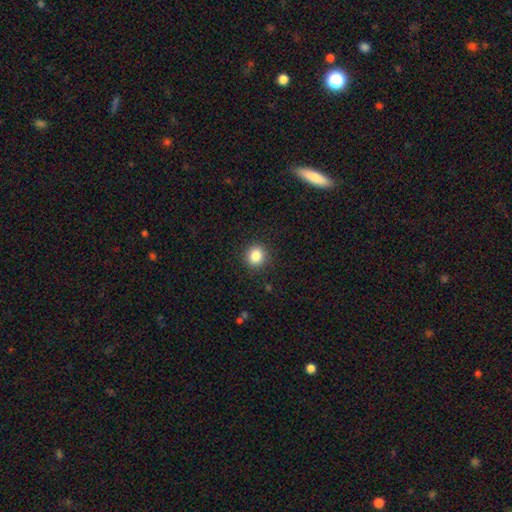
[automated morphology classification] smooth_or_featured: smooth (p=0.85) [alt: star or artifact p=0.11]
how_rounded: round (p=0.86) [alt: in between p=0.13]
merging: none (p=0.90) [alt: minor disturbance p=0.07]